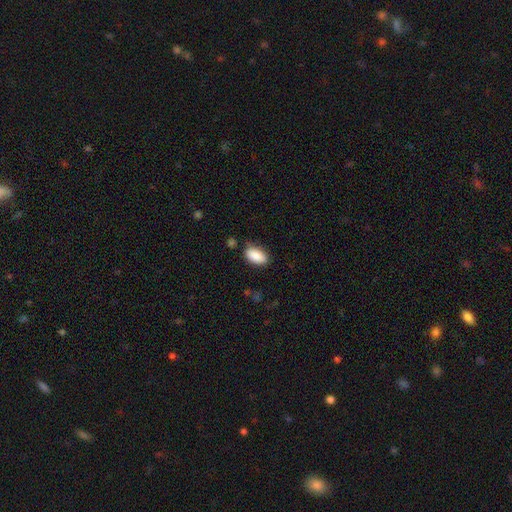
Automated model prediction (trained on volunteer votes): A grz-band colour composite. It shows a smooth galaxy with no disk features (88%) that is in between round and cigar-shaped (93%). Merging: none (79%).